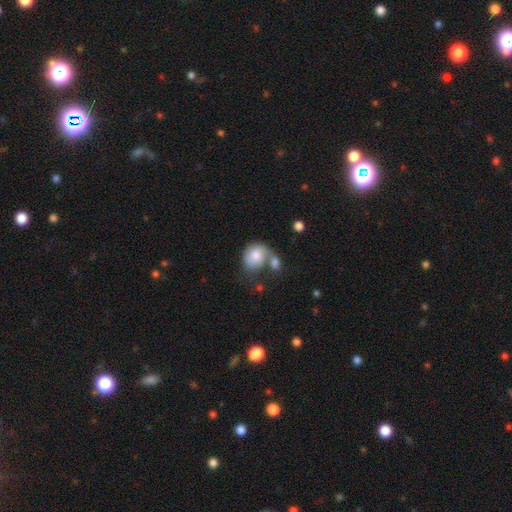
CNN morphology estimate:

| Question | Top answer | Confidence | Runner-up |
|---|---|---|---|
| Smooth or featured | smooth | 73% | featured or disk (20%) |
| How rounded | round | 58% | in between (41%) |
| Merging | merger | 47% | none (24%) |